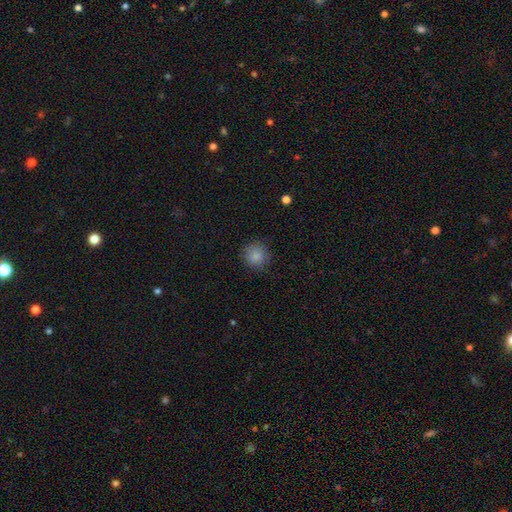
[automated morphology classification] This appears to be a smooth galaxy with no disk features (85%) that is round (93%). Merging: none (87%).